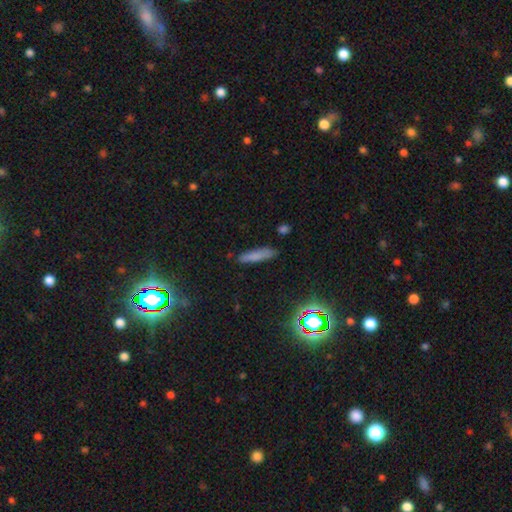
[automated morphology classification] type=smooth (75%); roundness=cigar-shaped (80%); merging=none (84%).